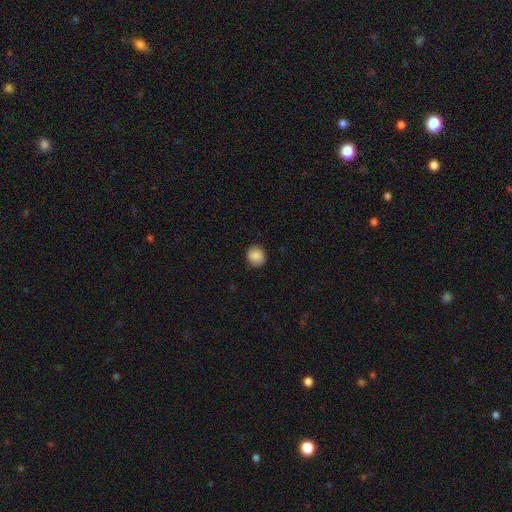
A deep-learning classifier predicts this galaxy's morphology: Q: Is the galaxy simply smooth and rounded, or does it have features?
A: smooth — 88%.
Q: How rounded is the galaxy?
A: round — 87%.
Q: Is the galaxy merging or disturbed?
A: none — 88%.